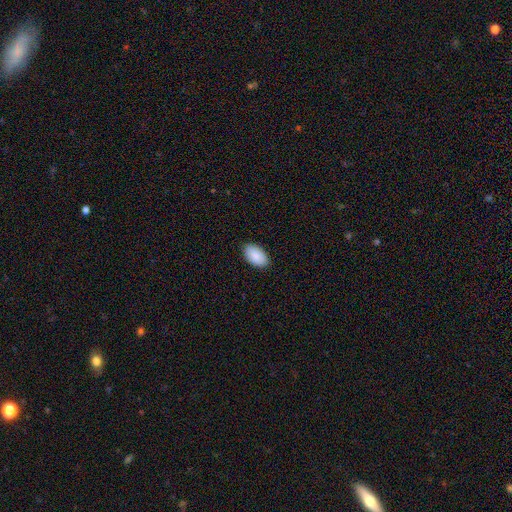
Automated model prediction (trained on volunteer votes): The model was most divided on "merging": none: 88%, minor disturbance: 9%, major disturbance: 2%, merger: 1%. More confident: how rounded — in between (95%); smooth or featured — smooth (89%).